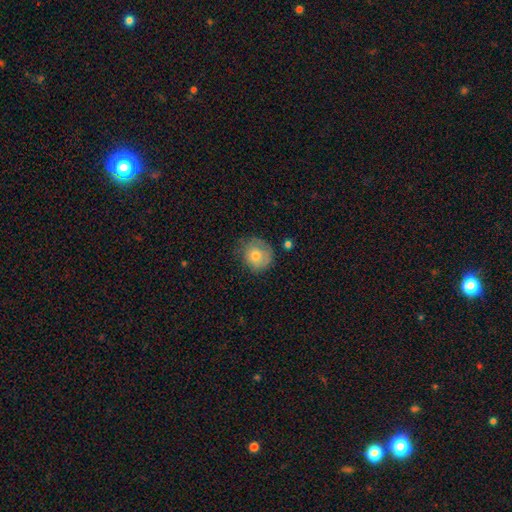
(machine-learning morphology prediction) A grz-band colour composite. It shows a smooth galaxy with no disk features (71%) that is round (85%). Merging: none (62%).